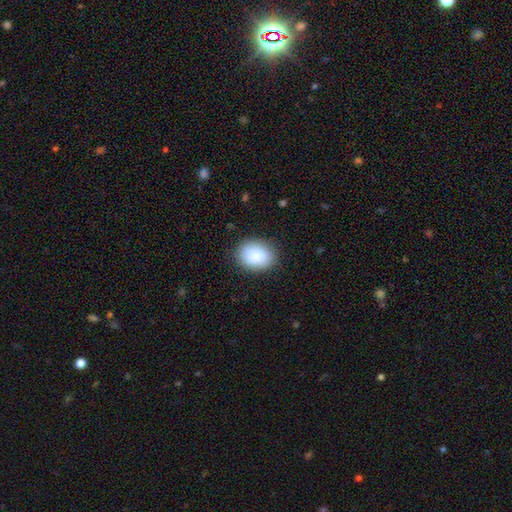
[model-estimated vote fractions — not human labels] A smooth galaxy with no disk features (88%) that is in between round and cigar-shaped (66%).

Vote fractions:
- Smooth or featured? smooth: 88% / star or artifact: 6% / featured or disk: 5%
- How rounded? in between: 66% / round: 33% / cigar-shaped: 1%
- Merging? none: 84% / minor disturbance: 12% / major disturbance: 3% / merger: 1%